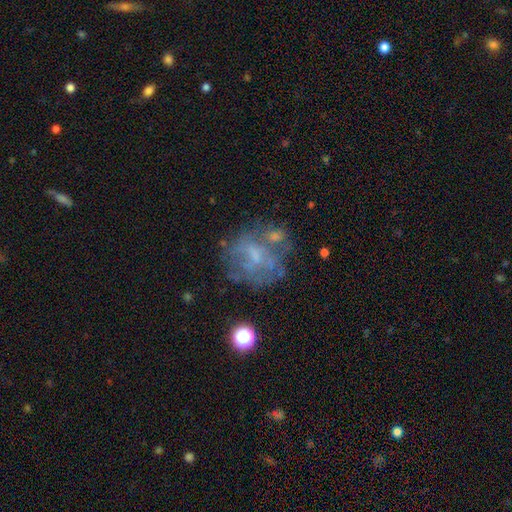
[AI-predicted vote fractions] The model was most divided on "bulge size": small: 39%, none: 35%, moderate: 23%, large: 2%, dominant: 1%. Remaining: edge-on disk — no (98%); spiral arms — no (72%); bar — no (68%); smooth or featured — featured or disk (59%); merging — none (50%).